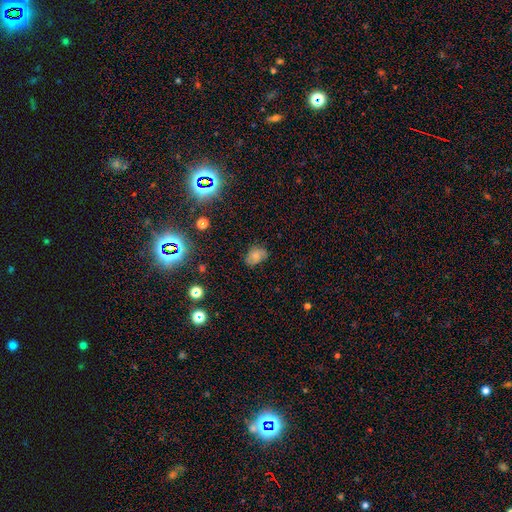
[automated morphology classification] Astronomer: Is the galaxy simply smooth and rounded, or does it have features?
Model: smooth — 61%.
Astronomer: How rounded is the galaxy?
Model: in between — 75%.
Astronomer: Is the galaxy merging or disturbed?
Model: none — 65%.